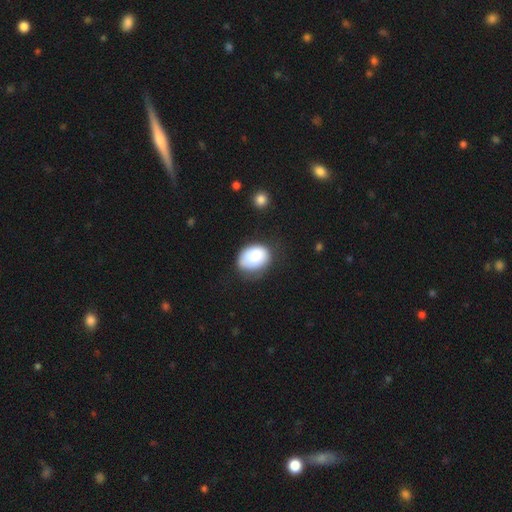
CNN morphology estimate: Smooth or featured: smooth — 82% (featured or disk — 11%)
How rounded: in between — 72% (round — 27%)
Merging: none — 62% (minor disturbance — 27%)